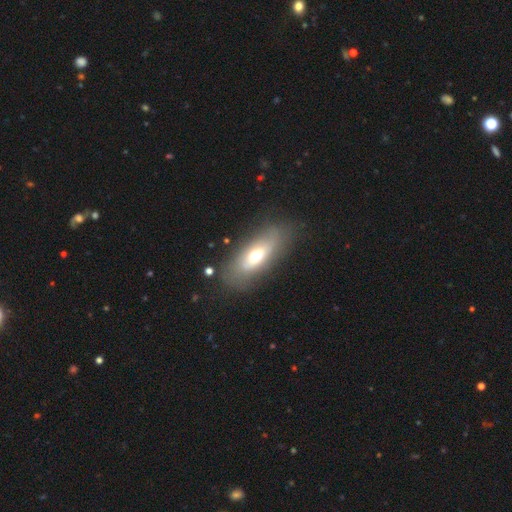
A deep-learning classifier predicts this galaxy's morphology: Q: Smooth or featured?
A: smooth (56%); runner-up: featured or disk (34%)
Q: How rounded?
A: in between (75%); runner-up: cigar-shaped (18%)
Q: Merging?
A: none (77%); runner-up: minor disturbance (14%)